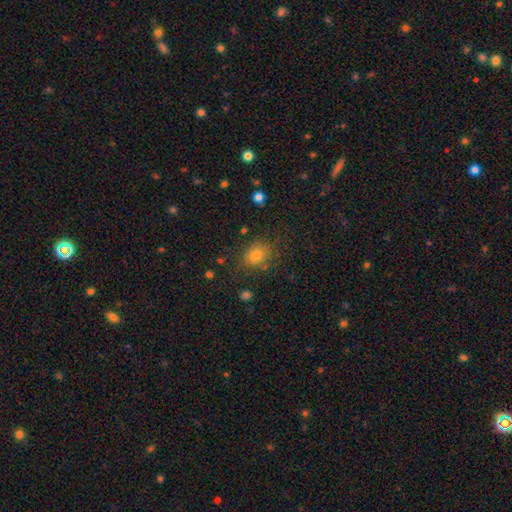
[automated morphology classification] type=smooth (76%); roundness=in between (55%); merging=none (76%).